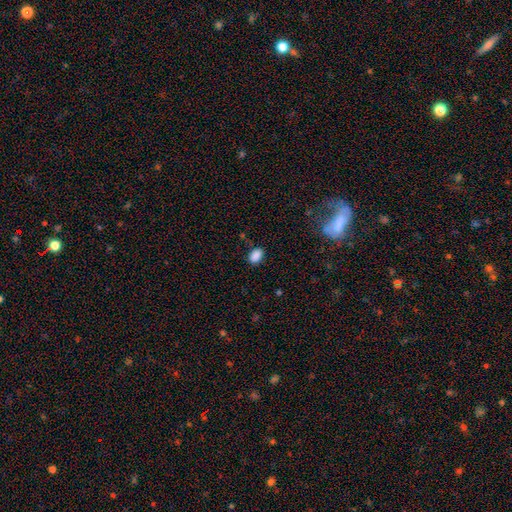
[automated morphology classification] Q: Smooth or featured?
A: smooth (88%); runner-up: star or artifact (9%)
Q: How rounded?
A: in between (87%); runner-up: round (12%)
Q: Merging?
A: none (81%); runner-up: minor disturbance (14%)